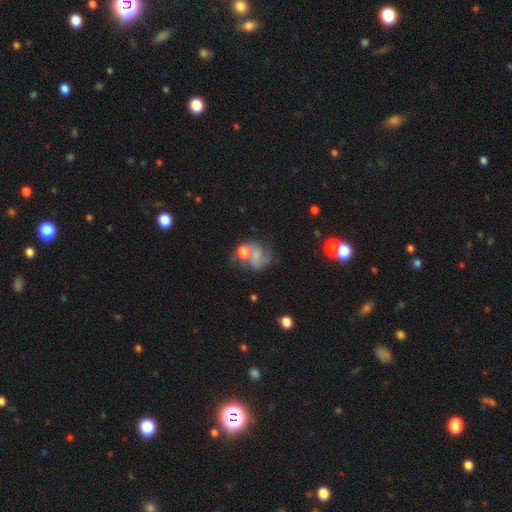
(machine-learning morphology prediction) smooth_or_featured: featured or disk (p=0.50) [alt: smooth p=0.38]
disk_edge_on: no (p=0.98) [alt: yes p=0.02]
merging: merger (p=0.37) [alt: none p=0.30]